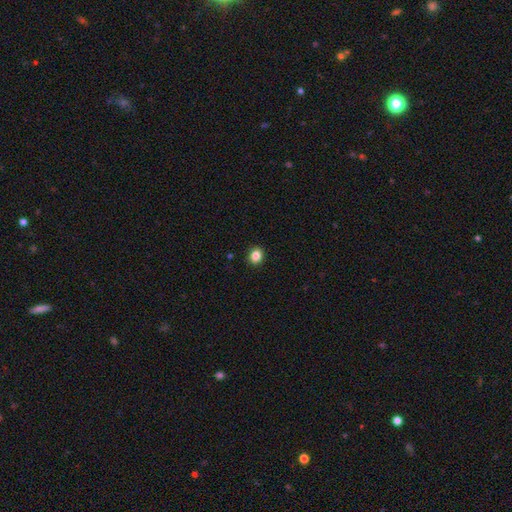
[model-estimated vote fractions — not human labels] Smooth or featured? Predicted: smooth (p=0.86). How rounded? Predicted: round (p=0.62). Merging? Predicted: none (p=0.91).